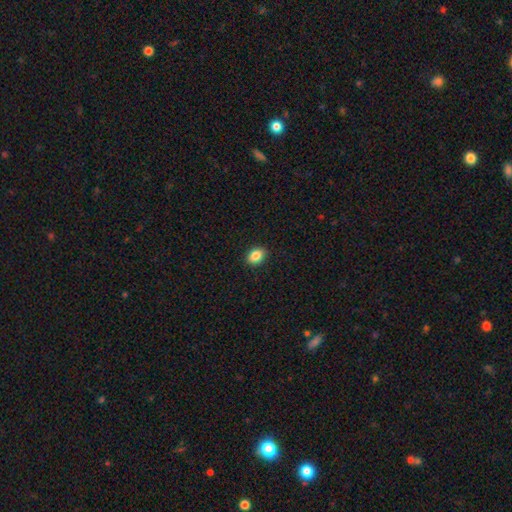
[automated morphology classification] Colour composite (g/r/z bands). It shows a smooth galaxy with no disk features (86%) that is in between round and cigar-shaped (74%). Merging: none (91%).